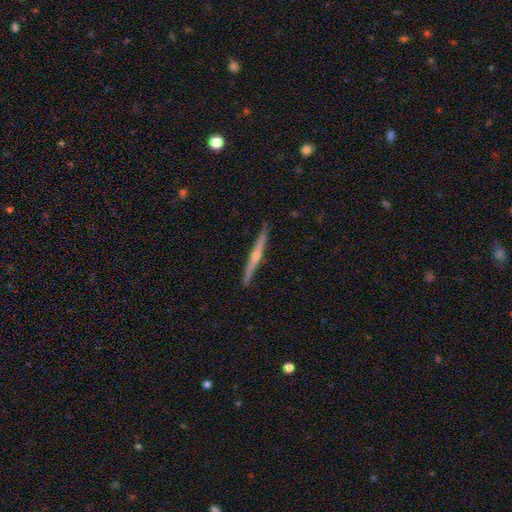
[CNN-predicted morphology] This is likely a featured or disk galaxy (73%). It is clearly viewed edge-on (97%). Edge-on bulge: likely rounded (80%). Merging: clearly none (90%).